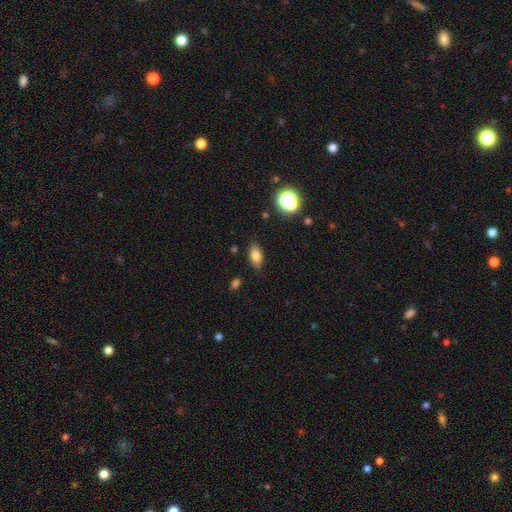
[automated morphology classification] Smooth or featured? Predicted: smooth (p=0.77). How rounded? Predicted: in between (p=0.85). Merging? Predicted: none (p=0.86).